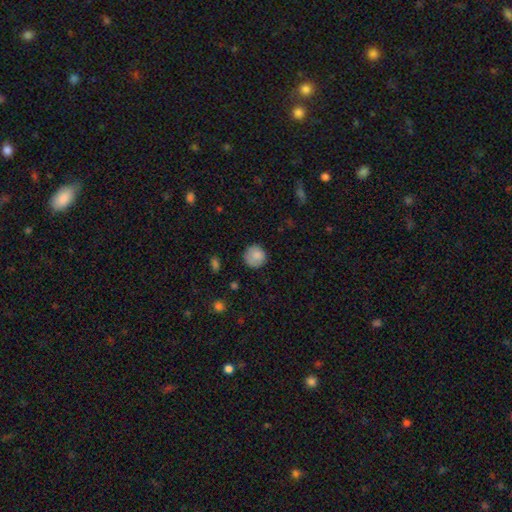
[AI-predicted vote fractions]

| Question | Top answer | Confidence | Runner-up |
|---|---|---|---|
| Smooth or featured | smooth | 85% | star or artifact (8%) |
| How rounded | round | 92% | in between (7%) |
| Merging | none | 80% | minor disturbance (15%) |